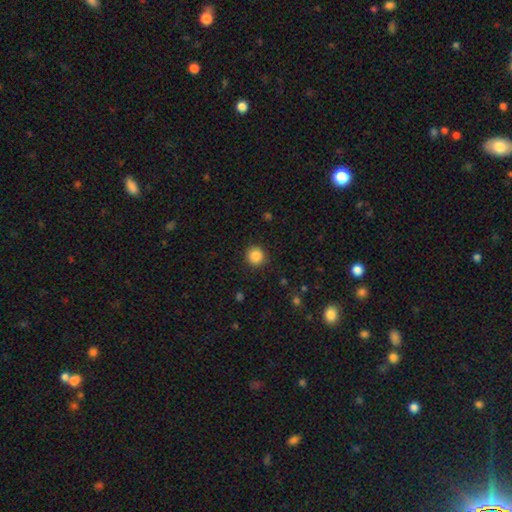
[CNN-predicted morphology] Overall: smooth (87%). How rounded: round (93%). Merging: none (90%).